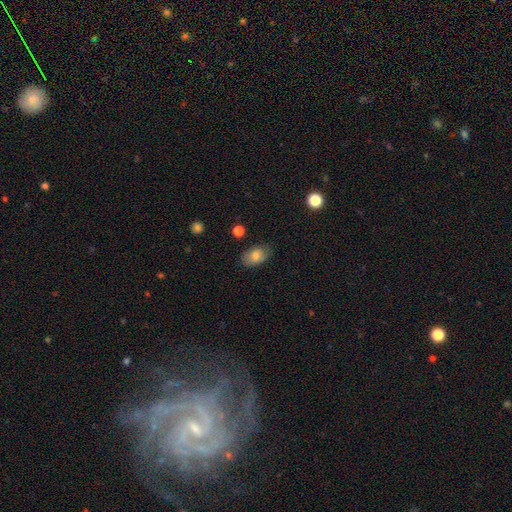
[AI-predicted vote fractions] Q: Smooth or featured?
A: smooth (80%); runner-up: featured or disk (12%)
Q: How rounded?
A: in between (88%); runner-up: round (10%)
Q: Merging?
A: none (80%); runner-up: minor disturbance (15%)